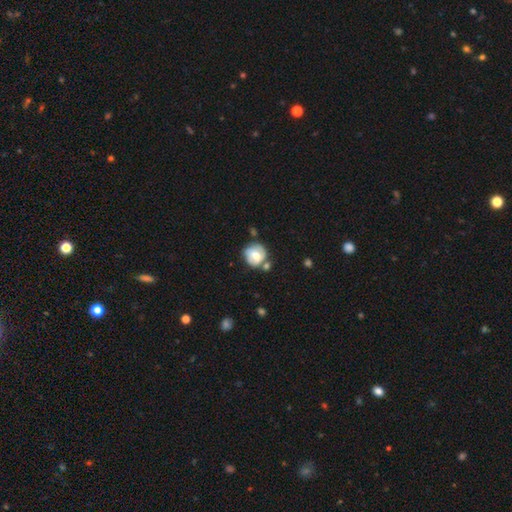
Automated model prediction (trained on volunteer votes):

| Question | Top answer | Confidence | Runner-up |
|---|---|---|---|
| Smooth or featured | smooth | 54% | featured or disk (39%) |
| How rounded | round | 82% | in between (17%) |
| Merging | none | 56% | minor disturbance (22%) |